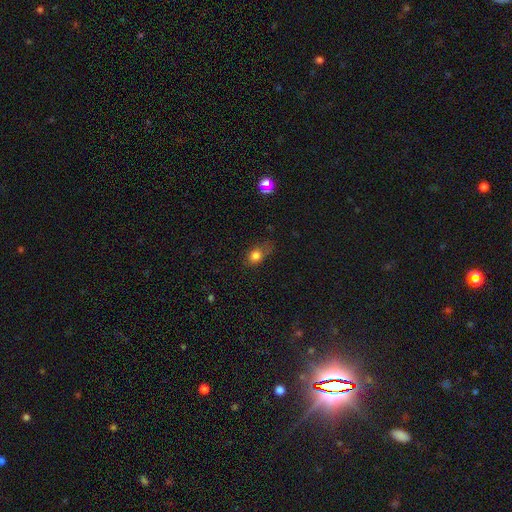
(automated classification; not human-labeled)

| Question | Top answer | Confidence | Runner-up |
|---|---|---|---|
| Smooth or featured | smooth | 79% | star or artifact (12%) |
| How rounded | in between | 57% | round (41%) |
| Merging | none | 54% | minor disturbance (31%) |